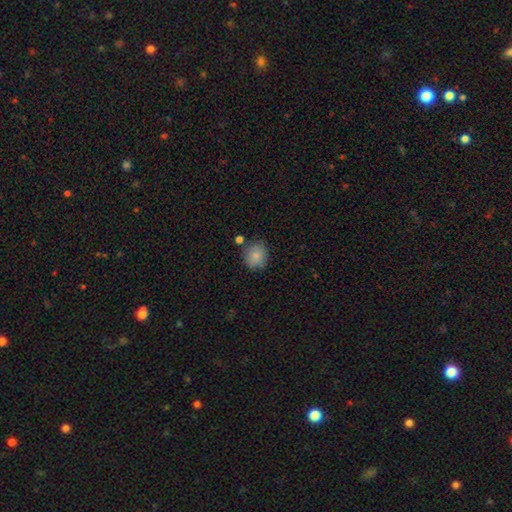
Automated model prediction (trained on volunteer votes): Q: Smooth or featured?
A: smooth (83%); runner-up: star or artifact (9%)
Q: How rounded?
A: round (83%); runner-up: in between (16%)
Q: Merging?
A: none (76%); runner-up: minor disturbance (13%)